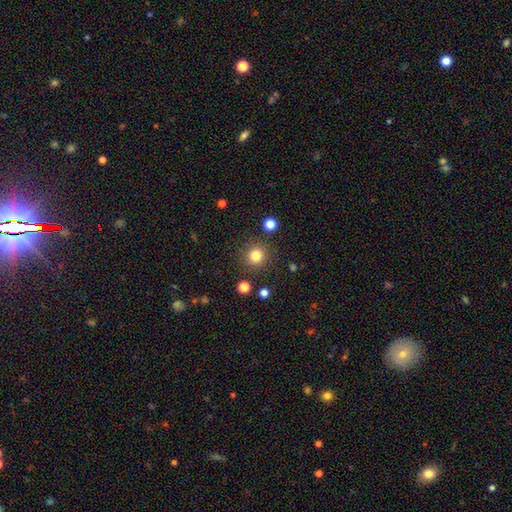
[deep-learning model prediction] smooth 82%, star or artifact 13%, featured or disk 6%. Down the decision tree: how rounded — round (94%); merging — none (88%).